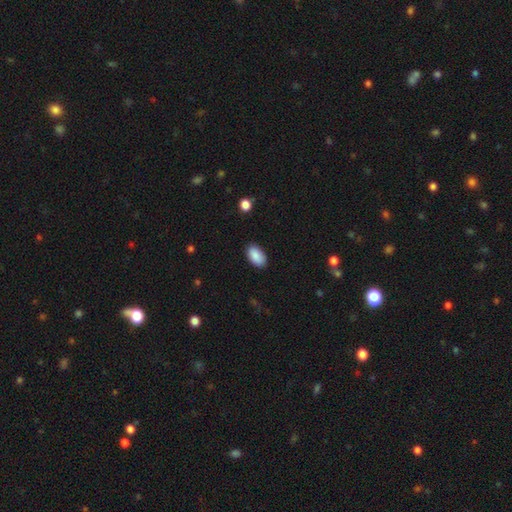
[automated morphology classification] Overall: smooth (89%). How rounded: in between (94%). Merging: none (86%).